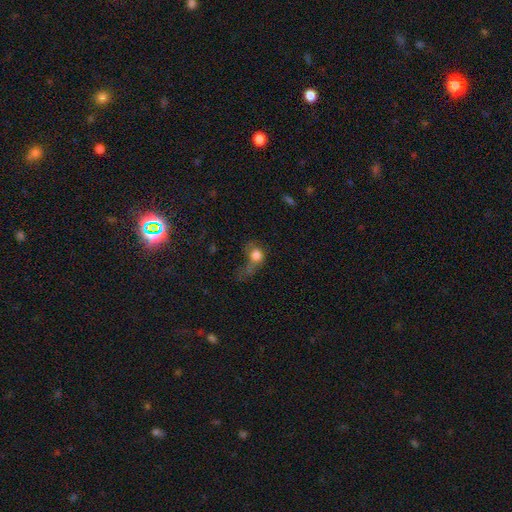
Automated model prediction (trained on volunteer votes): Smooth or featured? Predicted: smooth (p=0.70). How rounded? Predicted: round (p=0.59). Merging? Predicted: major disturbance (p=0.55).